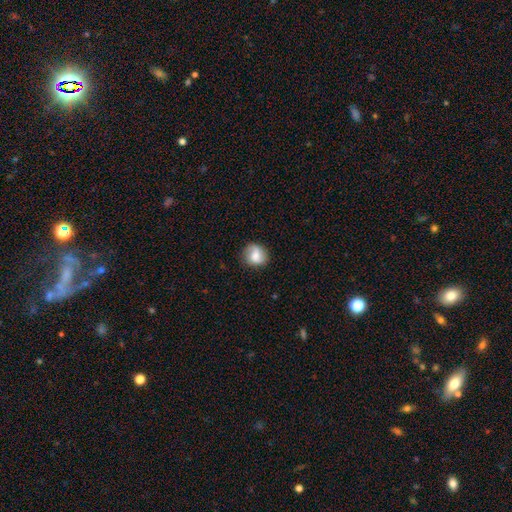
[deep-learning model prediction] Q: Smooth or featured?
A: smooth (67%); runner-up: featured or disk (25%)
Q: How rounded?
A: round (77%); runner-up: in between (22%)
Q: Merging?
A: none (72%); runner-up: minor disturbance (20%)